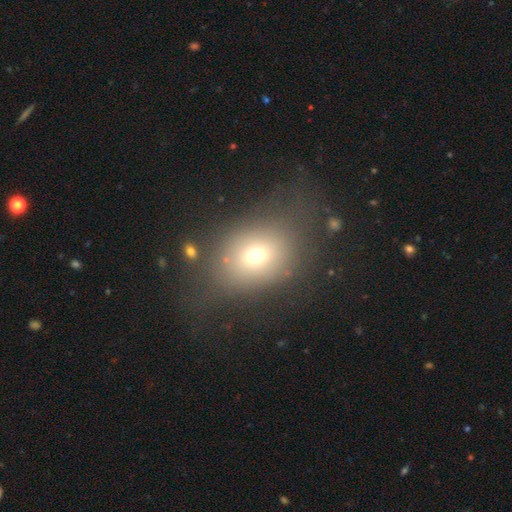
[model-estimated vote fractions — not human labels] smooth 65%, featured or disk 18%, star or artifact 17%. Down the decision tree: how rounded — in between (55%); merging — none (60%).